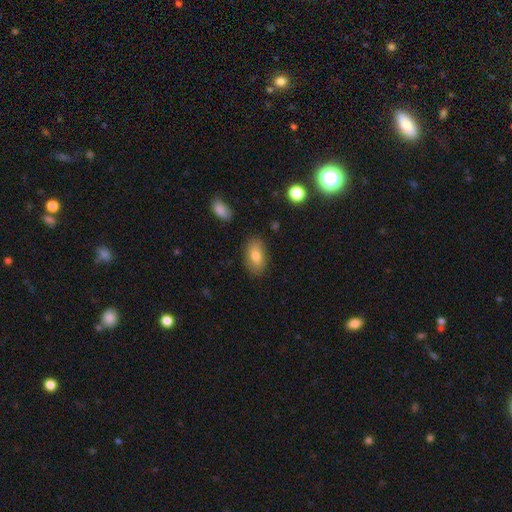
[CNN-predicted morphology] Smooth or featured? smooth (78%)
How rounded? in between (91%)
Merging? none (84%)